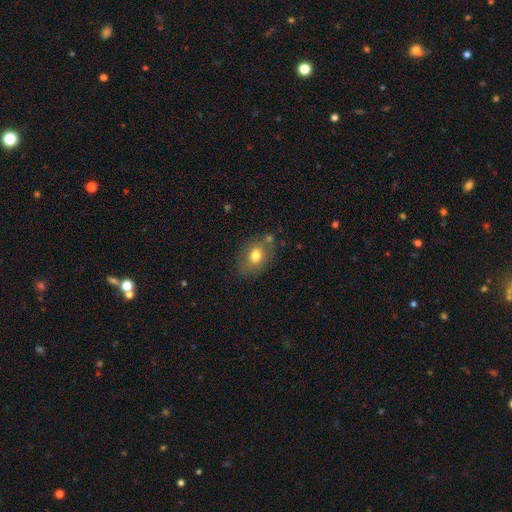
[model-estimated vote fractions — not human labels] Smooth or featured: smooth — 73% (featured or disk — 17%)
How rounded: in between — 66% (round — 33%)
Merging: none — 69% (minor disturbance — 17%)